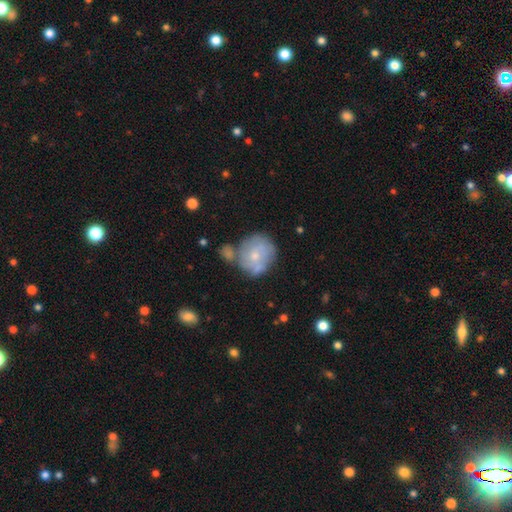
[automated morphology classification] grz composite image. It shows a featured or disk galaxy (47%). Merging: none (49%).